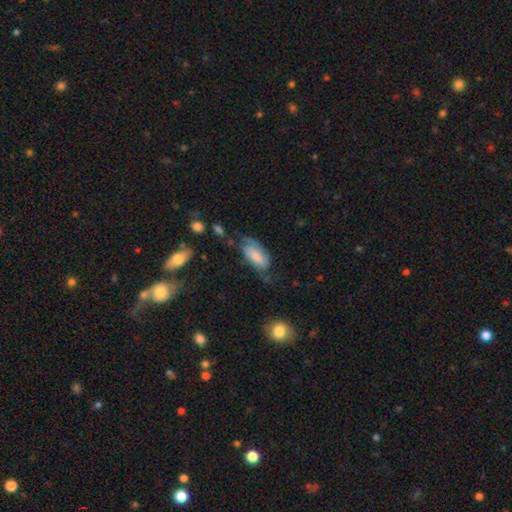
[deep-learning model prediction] Overall: smooth (54%; featured or disk 39%). How rounded: in between (89%). Merging: none (47%; minor disturbance 31%).